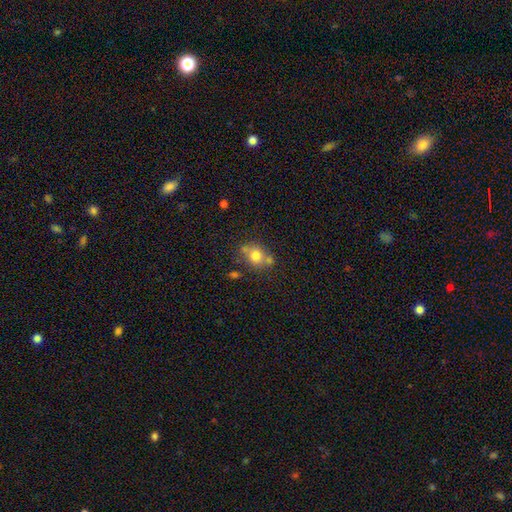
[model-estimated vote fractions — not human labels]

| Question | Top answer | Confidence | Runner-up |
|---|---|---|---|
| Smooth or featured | smooth | 72% | featured or disk (17%) |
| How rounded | round | 57% | in between (41%) |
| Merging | none | 59% | merger (19%) |